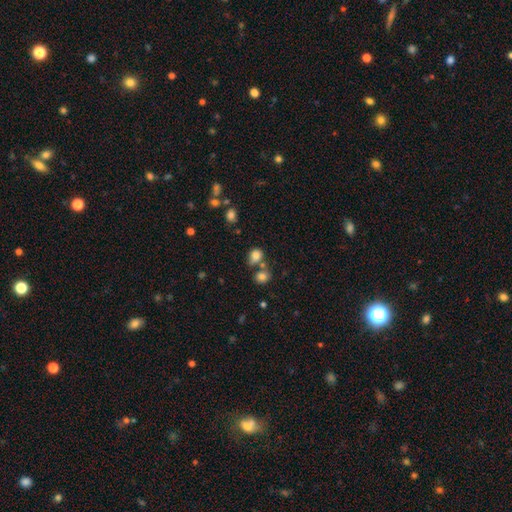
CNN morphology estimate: A smooth galaxy with no disk features (80%) that is round (56%).

Vote fractions:
- Smooth or featured? smooth: 80% / star or artifact: 12% / featured or disk: 8%
- How rounded? round: 56% / in between: 43% / cigar-shaped: 1%
- Merging? none: 46% / merger: 32% / minor disturbance: 16% / major disturbance: 7%